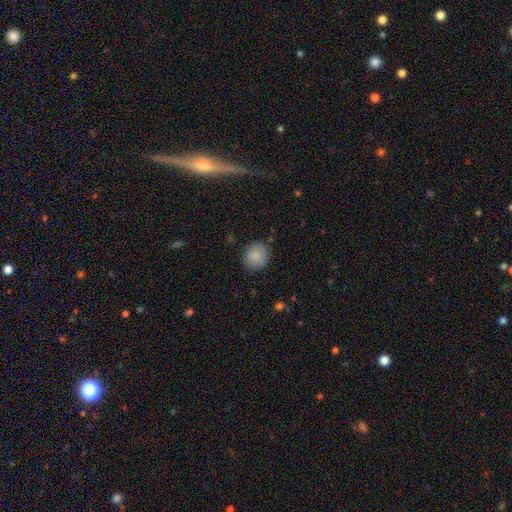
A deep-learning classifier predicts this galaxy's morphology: A smooth galaxy with no disk features (86%) that is round (81%). Merging: none (83%).